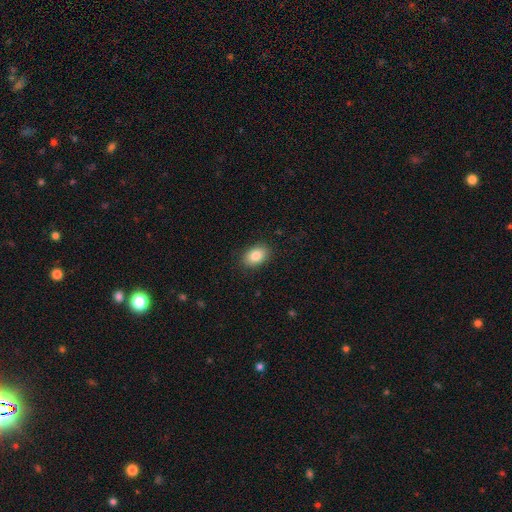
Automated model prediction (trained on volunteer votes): A smooth galaxy with no disk features (85%) that is in between round and cigar-shaped (86%). Merging: none (88%).